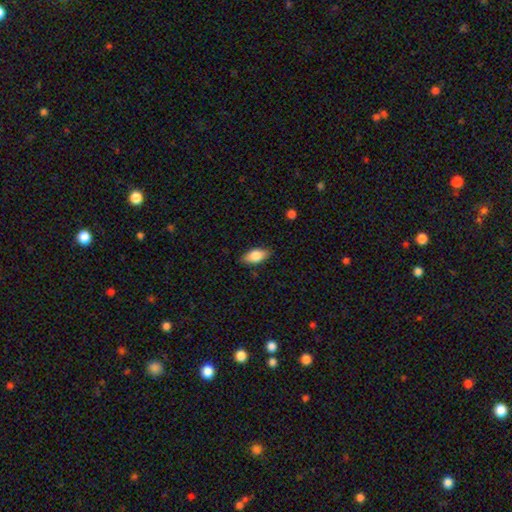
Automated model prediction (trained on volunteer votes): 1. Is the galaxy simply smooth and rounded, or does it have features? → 81% smooth, 12% featured or disk, 7% star or artifact.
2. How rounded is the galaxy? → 89% in between, 8% cigar-shaped, 3% round.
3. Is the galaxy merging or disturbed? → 85% none, 12% minor disturbance, 2% major disturbance, 1% merger.